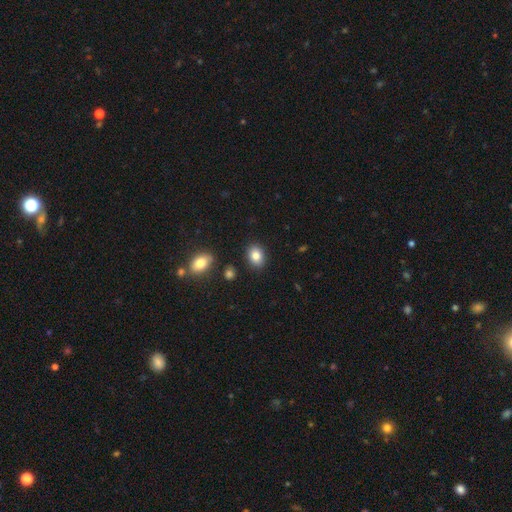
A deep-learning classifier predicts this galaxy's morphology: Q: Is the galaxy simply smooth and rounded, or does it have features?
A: smooth — 84%.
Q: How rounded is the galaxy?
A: in between — 71%.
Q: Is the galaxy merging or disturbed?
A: none — 87%.